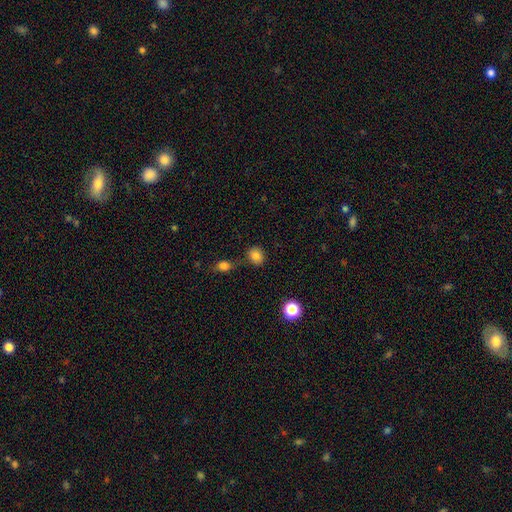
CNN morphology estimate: Overall: smooth (82%). How rounded: round (65%; in between 34%). Merging: none (74%).